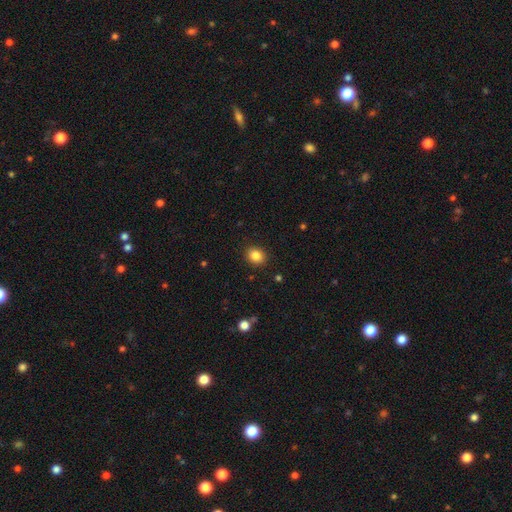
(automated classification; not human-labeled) Overall: smooth (85%). How rounded: round (64%; in between 35%). Merging: none (90%).